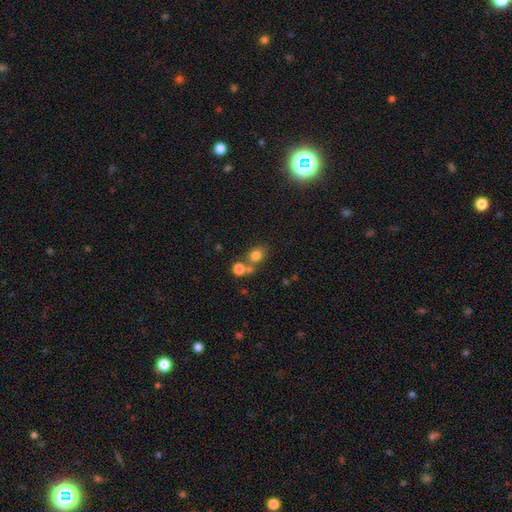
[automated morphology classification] This appears to be a smooth galaxy with no disk features (78%) that is round (66%). Merging: none (55%).